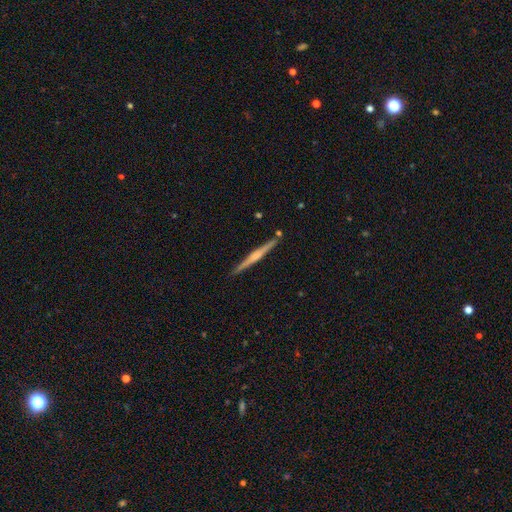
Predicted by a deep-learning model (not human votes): A featured or disk galaxy (69%) viewed edge-on (98%) with a rounded central bulge (59%). Merging: none (91%).